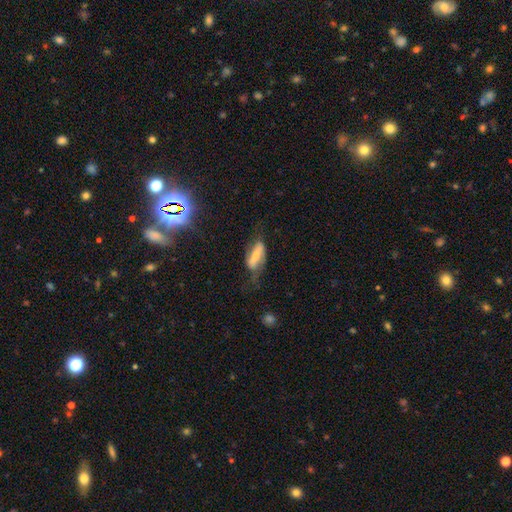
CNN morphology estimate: This is possibly a smooth galaxy (49%). Merging: possibly none (48%).